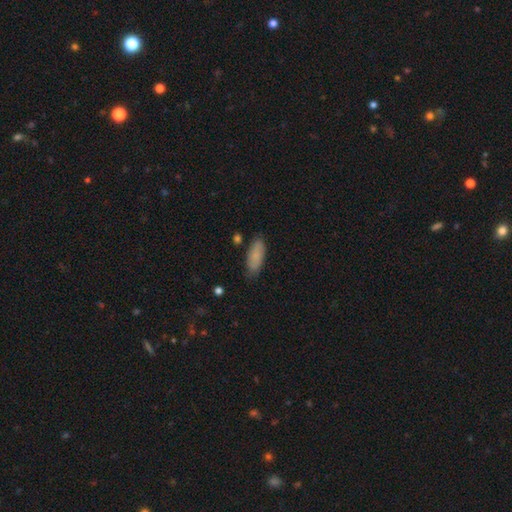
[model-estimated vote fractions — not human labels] smooth 82%, featured or disk 11%, star or artifact 7%. Down the decision tree: how rounded — in between (76%); merging — none (79%).